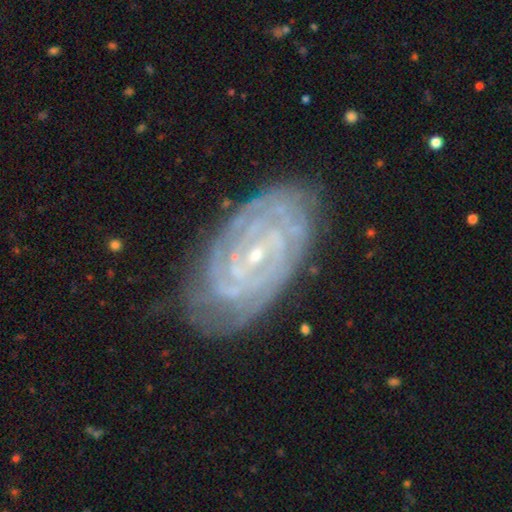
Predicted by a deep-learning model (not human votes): featured or disk 88%, star or artifact 6%, smooth 5%. Down the decision tree: edge-on disk — no (96%); bar — no (40%, tied with weak); spiral arms — yes (98%); spiral arm count — 2 (29%); spiral winding — tight (83%); bulge size — small (83%); merging — none (80%).